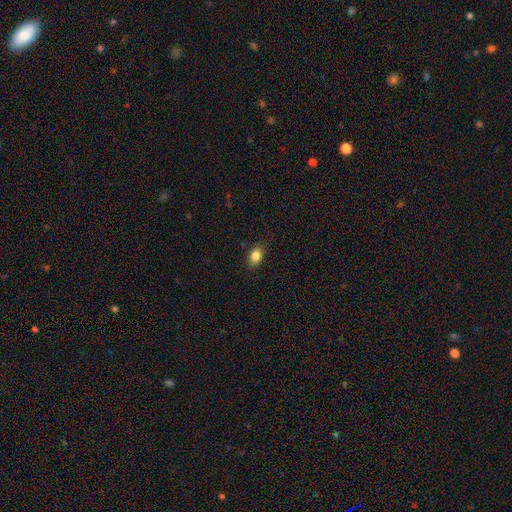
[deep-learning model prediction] Smooth or featured? Predicted: smooth (p=0.84). How rounded? Predicted: in between (p=0.74). Merging? Predicted: none (p=0.83).